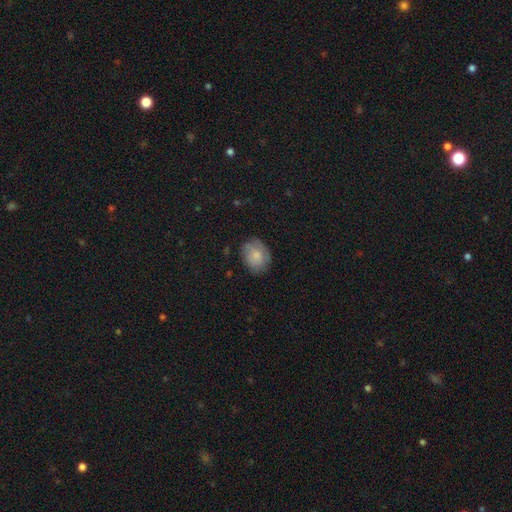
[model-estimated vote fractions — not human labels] Smooth or featured? Predicted: smooth (p=0.71). How rounded? Predicted: in between (p=0.52). Merging? Predicted: none (p=0.69).